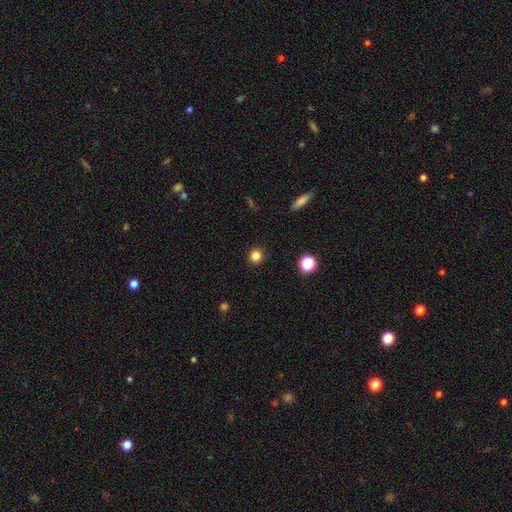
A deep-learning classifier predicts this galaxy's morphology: Smooth or featured: smooth — 83% (star or artifact — 13%)
How rounded: round — 91% (in between — 8%)
Merging: none — 91% (minor disturbance — 6%)